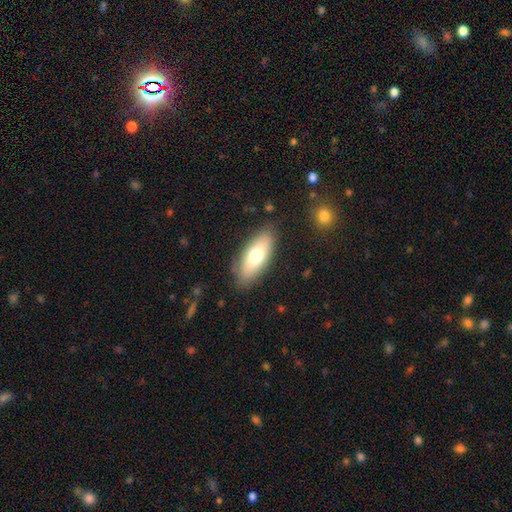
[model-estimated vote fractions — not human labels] This is likely a smooth galaxy (71%). How rounded: likely in between (80%). Merging: clearly none (83%).